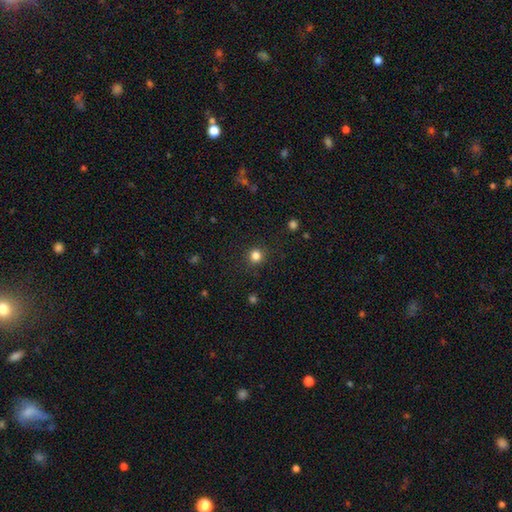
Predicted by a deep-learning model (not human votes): The model was most divided on "smooth or featured": smooth: 82%, star or artifact: 13%, featured or disk: 4%. More confident: how rounded — round (92%); merging — none (89%).